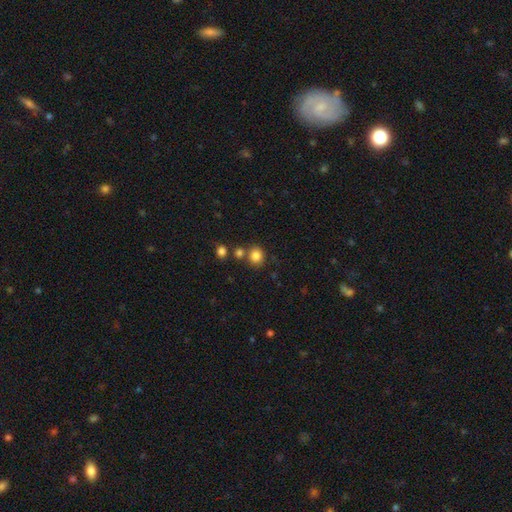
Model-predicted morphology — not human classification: Smooth or featured? Predicted: smooth (p=0.83). How rounded? Predicted: round (p=0.79). Merging? Predicted: none (p=0.71).